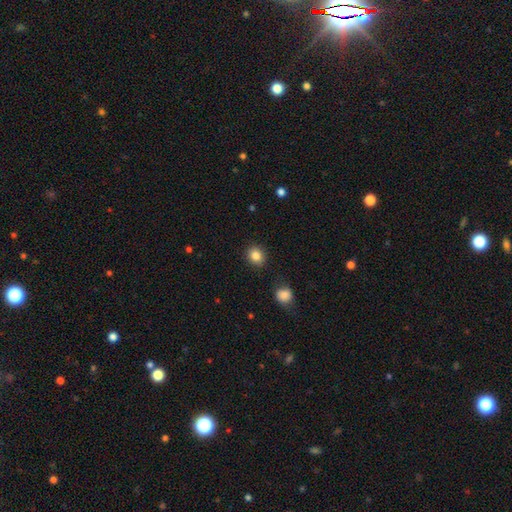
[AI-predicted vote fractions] This is clearly a smooth galaxy (85%). How rounded: likely round (74%). Merging: clearly none (89%).